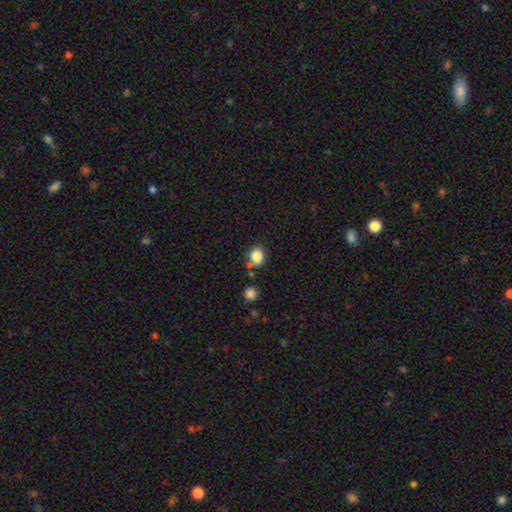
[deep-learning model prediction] Smooth or featured?
  - smooth: 85% *
  - star or artifact: 10%
  - featured or disk: 5%
How rounded?
  - round: 53% *
  - in between: 46%
  - cigar-shaped: 1%
Merging?
  - none: 67% *
  - minor disturbance: 16%
  - merger: 13%
  - major disturbance: 4%